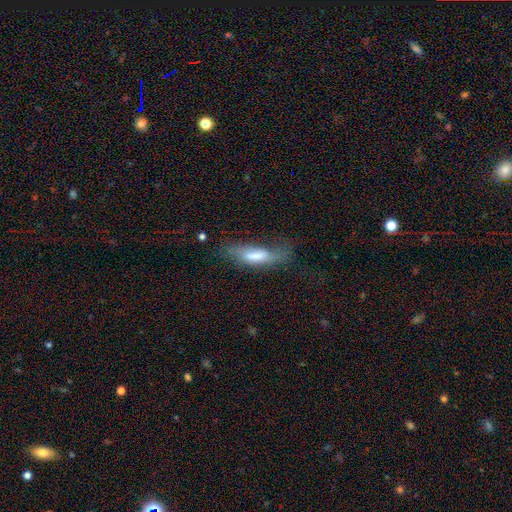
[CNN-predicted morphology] Q: Smooth or featured?
A: smooth (61%); runner-up: featured or disk (31%)
Q: How rounded?
A: in between (50%); runner-up: cigar-shaped (48%)
Q: Merging?
A: none (37%); runner-up: minor disturbance (30%)